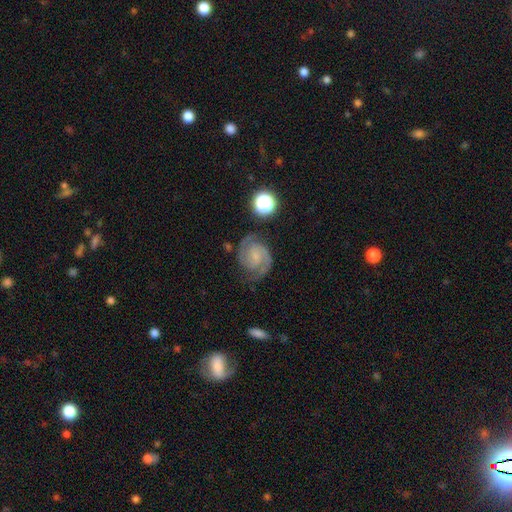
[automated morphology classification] featured or disk 87%, star or artifact 7%, smooth 6%. Down the decision tree: edge-on disk — no (98%); bar — no (50%); spiral arms — yes (98%); spiral arm count — 2 (90%); spiral winding — medium (47%); bulge size — small (55%); merging — none (77%).